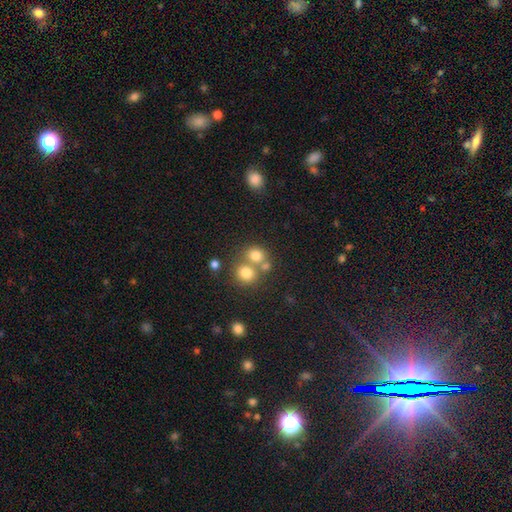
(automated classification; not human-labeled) The model was most divided on "merging": none: 48%, merger: 40%, minor disturbance: 8%, major disturbance: 4%. More confident: how rounded — round (79%); smooth or featured — smooth (74%).